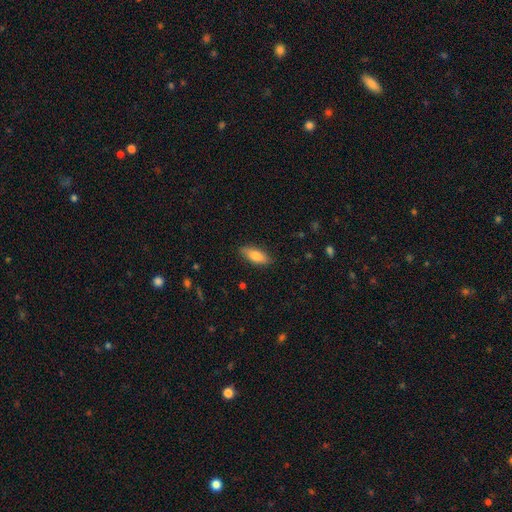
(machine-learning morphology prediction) This is clearly a smooth galaxy (81%). How rounded: likely in between (76%). Merging: clearly none (86%).